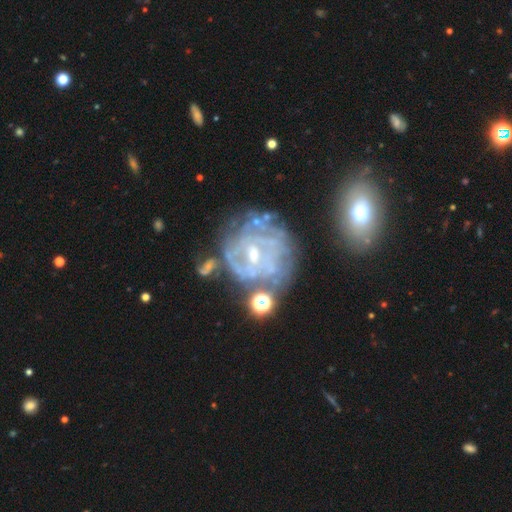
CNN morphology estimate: A featured or disk galaxy (78%) with no bar (49%), tight (62%) spiral arms (71%) and a small central bulge (55%). Merging: none (53%).